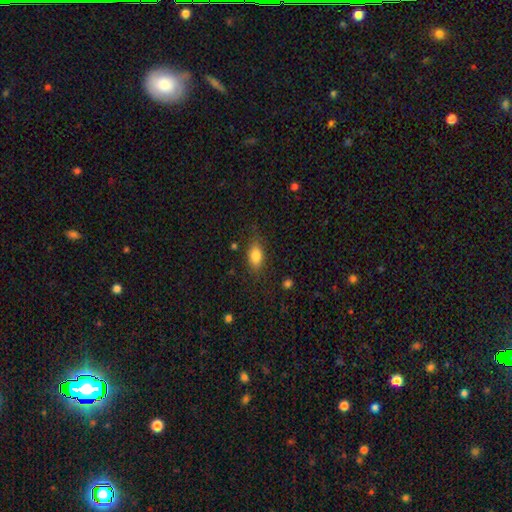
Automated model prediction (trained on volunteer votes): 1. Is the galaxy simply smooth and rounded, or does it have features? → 82% smooth, 10% featured or disk, 8% star or artifact.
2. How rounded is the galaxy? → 85% in between, 9% round, 6% cigar-shaped.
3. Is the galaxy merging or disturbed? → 77% none, 16% minor disturbance, 5% major disturbance, 2% merger.